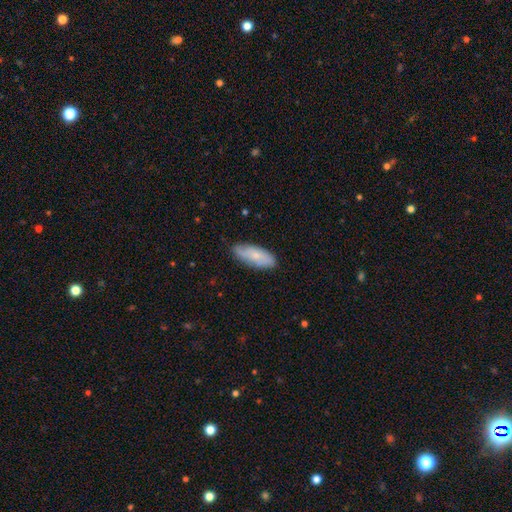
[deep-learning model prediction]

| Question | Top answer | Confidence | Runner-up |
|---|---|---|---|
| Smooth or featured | smooth | 65% | featured or disk (29%) |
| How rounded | in between | 77% | cigar-shaped (21%) |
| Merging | none | 79% | minor disturbance (17%) |